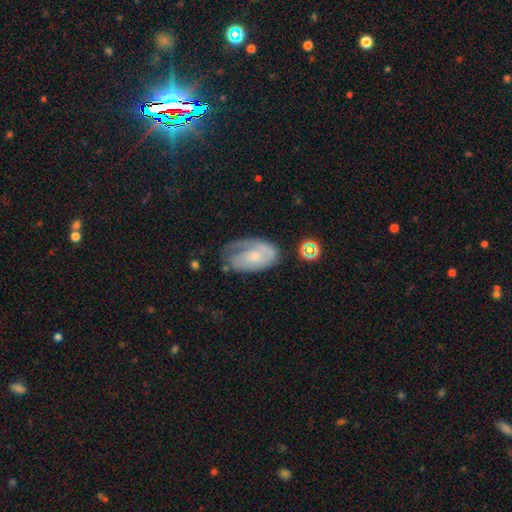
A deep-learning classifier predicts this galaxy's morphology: Smooth or featured: featured or disk — 62% (smooth — 31%)
Edge-on disk: no — 95% (yes — 5%)
Bar: no — 72% (weak — 24%)
Spiral arms: yes — 80% (no — 20%)
Bulge size: small — 61% (moderate — 25%)
Merging: none — 51% (minor disturbance — 28%)